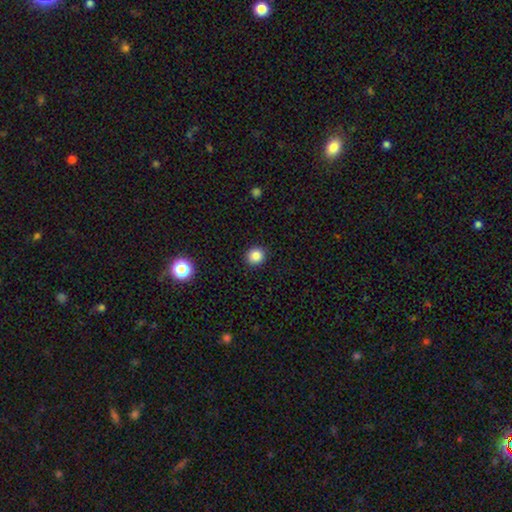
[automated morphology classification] A smooth galaxy with no disk features (86%) that is round (91%).

Vote fractions:
- Smooth or featured? smooth: 86% / star or artifact: 11% / featured or disk: 3%
- How rounded? round: 91% / in between: 8% / cigar-shaped: 1%
- Merging? none: 92% / minor disturbance: 5% / major disturbance: 2% / merger: 1%